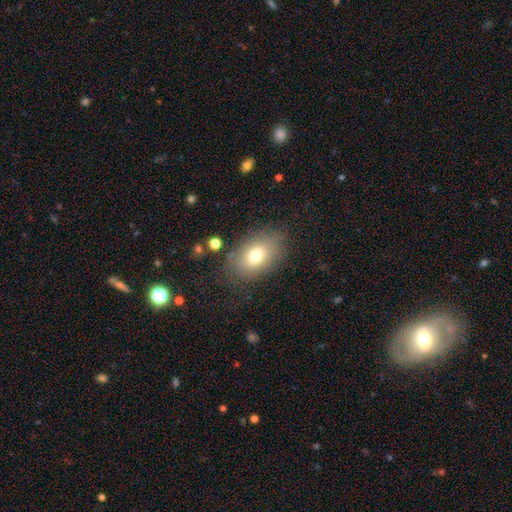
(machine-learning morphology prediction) This is likely a smooth galaxy (73%). How rounded: clearly in between (84%). Merging: likely none (78%).